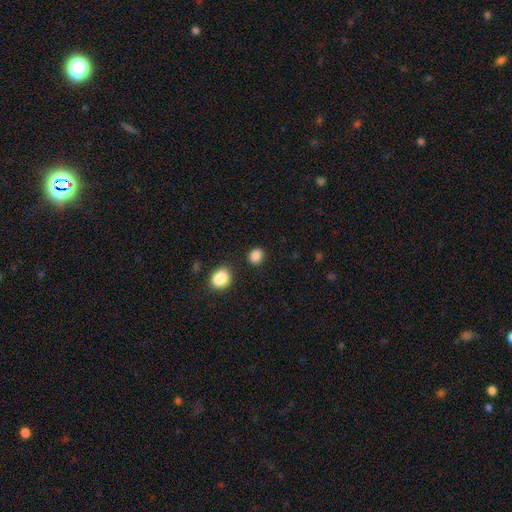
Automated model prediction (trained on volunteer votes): The model was most divided on "how rounded": round: 58%, in between: 41%, cigar-shaped: 1%. More confident: smooth or featured — smooth (86%); merging — none (82%).